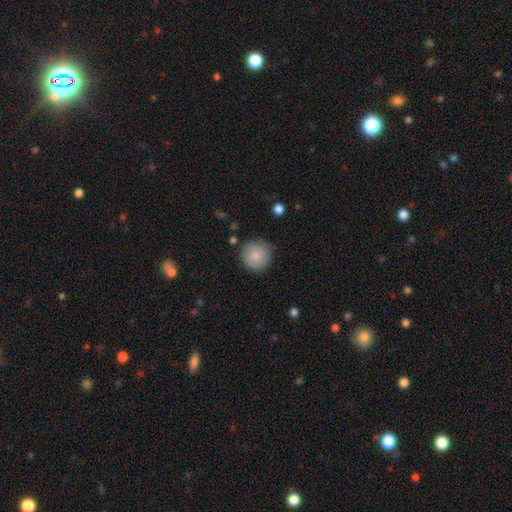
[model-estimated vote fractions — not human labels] smooth 84%, featured or disk 9%, star or artifact 7%. Down the decision tree: how rounded — round (94%); merging — none (79%).